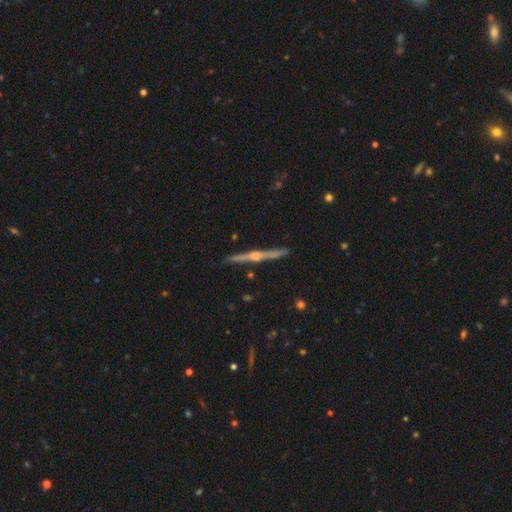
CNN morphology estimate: This is clearly a featured or disk galaxy (83%). It is clearly viewed edge-on (98%). Edge-on bulge: clearly rounded (82%). Merging: clearly none (91%).